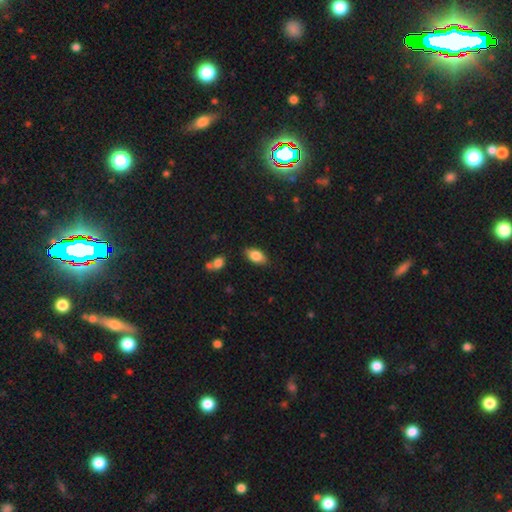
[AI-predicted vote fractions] This is clearly a smooth galaxy (81%). How rounded: clearly in between (89%). Merging: clearly none (84%).